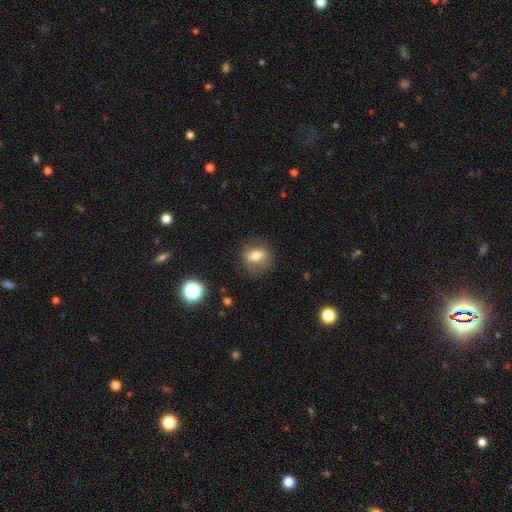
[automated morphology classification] Smooth or featured: smooth — 65% (featured or disk — 24%)
How rounded: in between — 49% (round — 48%)
Merging: none — 77% (minor disturbance — 15%)